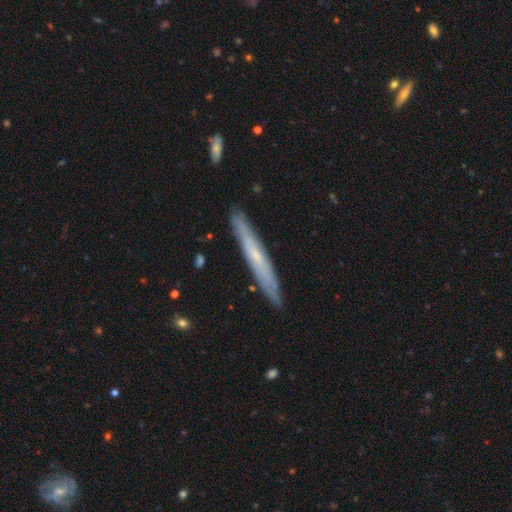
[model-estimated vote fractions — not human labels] Smooth or featured? Predicted: featured or disk (p=0.54). Edge-on disk? Predicted: yes (p=0.87). Merging? Predicted: none (p=0.88).